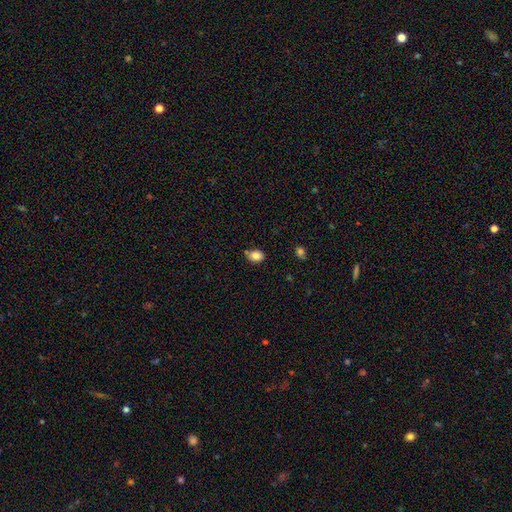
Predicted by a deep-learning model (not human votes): Smooth or featured: smooth — 84% (star or artifact — 10%)
How rounded: in between — 56% (round — 43%)
Merging: none — 72% (minor disturbance — 18%)